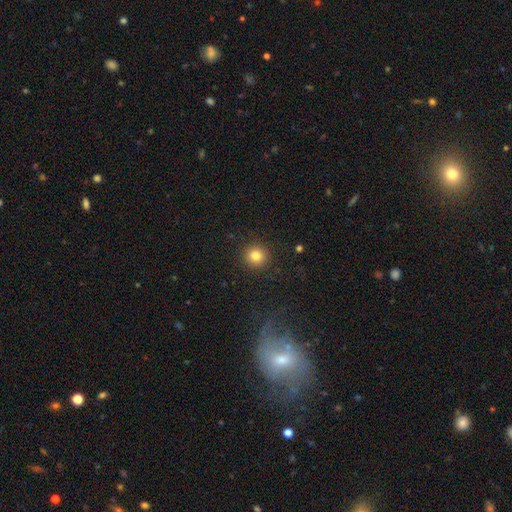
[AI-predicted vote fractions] This appears to be a smooth galaxy with no disk features (83%) that is round (91%). Merging: none (91%).